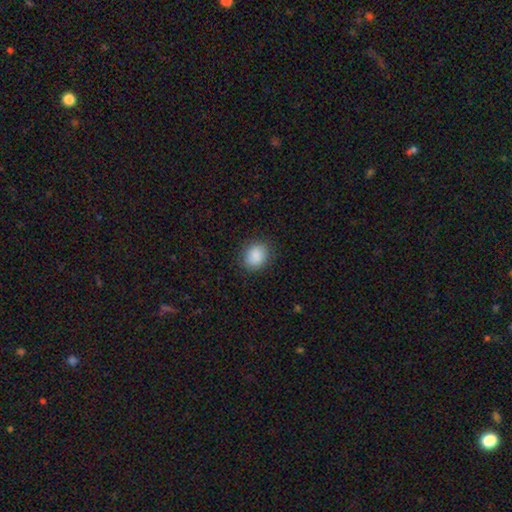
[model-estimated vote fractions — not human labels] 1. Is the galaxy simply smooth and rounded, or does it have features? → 89% smooth, 8% star or artifact, 3% featured or disk.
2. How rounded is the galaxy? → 59% round, 40% in between, 1% cigar-shaped.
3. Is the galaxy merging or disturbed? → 87% none, 9% minor disturbance, 3% major disturbance, 1% merger.